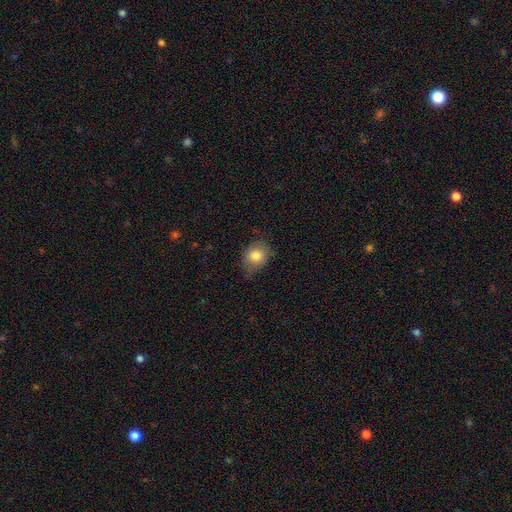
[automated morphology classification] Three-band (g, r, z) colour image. It shows a smooth galaxy with no disk features (82%) that is round (50%). Merging: none (63%).